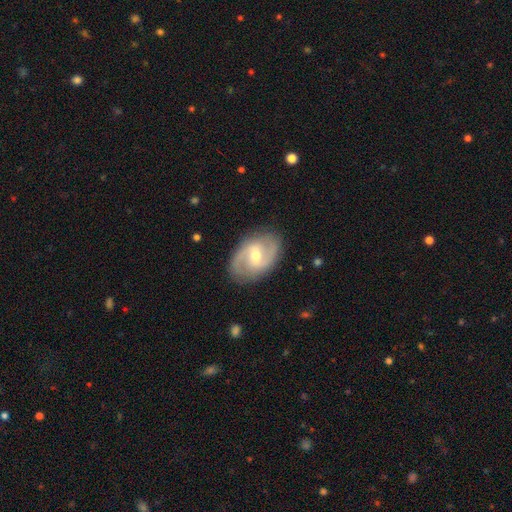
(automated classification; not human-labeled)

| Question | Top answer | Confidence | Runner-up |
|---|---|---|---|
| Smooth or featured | featured or disk | 82% | smooth (13%) |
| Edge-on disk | no | 97% | yes (3%) |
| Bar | weak | 56% | no (23%) |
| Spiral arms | yes | 92% | no (8%) |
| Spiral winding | medium | 50% | loose (26%) |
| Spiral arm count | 2 | 88% | can't tell (5%) |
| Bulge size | moderate | 58% | small (38%) |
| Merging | none | 85% | minor disturbance (11%) |